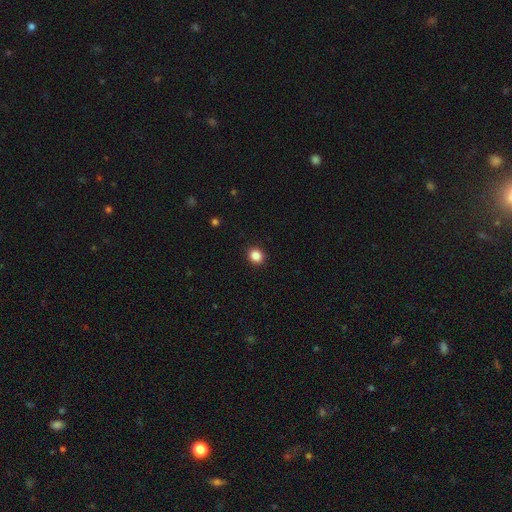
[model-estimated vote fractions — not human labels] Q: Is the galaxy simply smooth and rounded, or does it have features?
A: smooth — 86%.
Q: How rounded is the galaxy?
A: round — 76%.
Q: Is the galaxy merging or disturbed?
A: none — 92%.